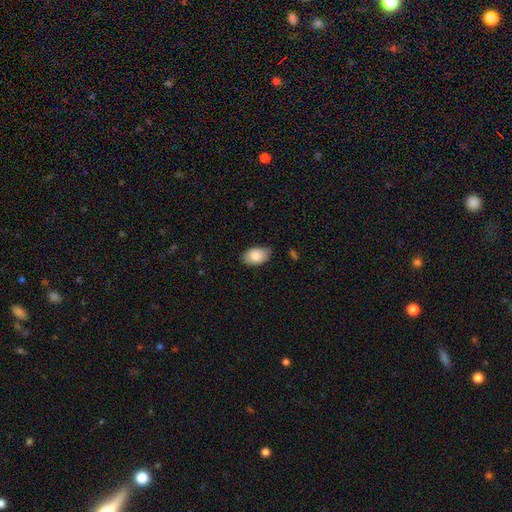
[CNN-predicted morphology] Smooth or featured? Predicted: smooth (p=0.86). How rounded? Predicted: in between (p=0.90). Merging? Predicted: none (p=0.77).